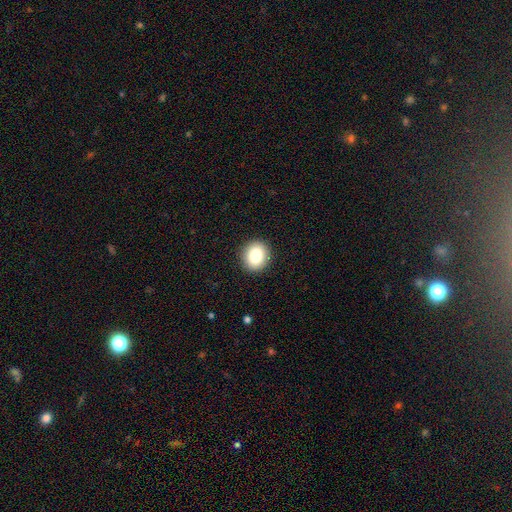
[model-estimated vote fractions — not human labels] smooth-or-featured: smooth: 83% | star or artifact: 9% | featured or disk: 7%
  how-rounded: round: 73% | in between: 26% | cigar-shaped: 1%
  merging: none: 91% | minor disturbance: 6% | major disturbance: 2% | merger: 1%